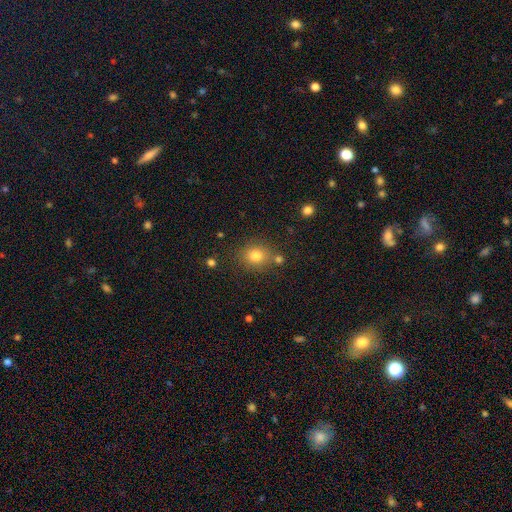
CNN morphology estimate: Smooth or featured?
  - smooth: 80% *
  - star or artifact: 13%
  - featured or disk: 7%
How rounded?
  - round: 72% *
  - in between: 27%
  - cigar-shaped: 1%
Merging?
  - none: 76% *
  - minor disturbance: 11%
  - merger: 9%
  - major disturbance: 4%